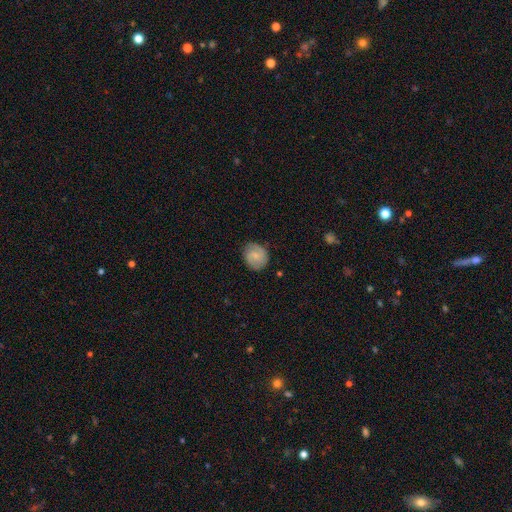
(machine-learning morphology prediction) Smooth or featured? Predicted: featured or disk (p=0.51). Edge-on disk? Predicted: no (p=0.98). Bar? Predicted: weak (p=0.48). Spiral arms? Predicted: yes (p=0.90). Bulge size? Predicted: small (p=0.53). Merging? Predicted: none (p=0.80).